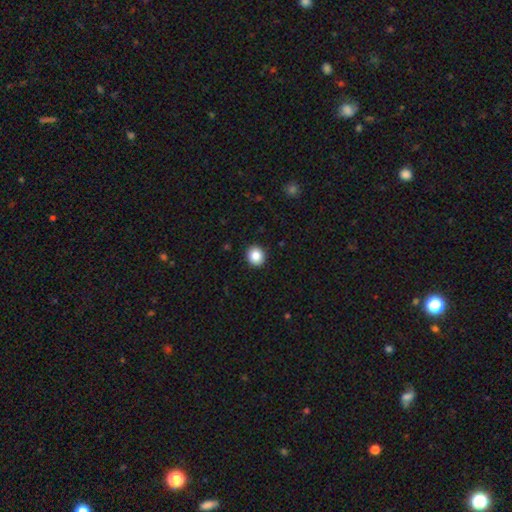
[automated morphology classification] A smooth galaxy with no disk features (86%) that is round (84%). Merging: none (92%).